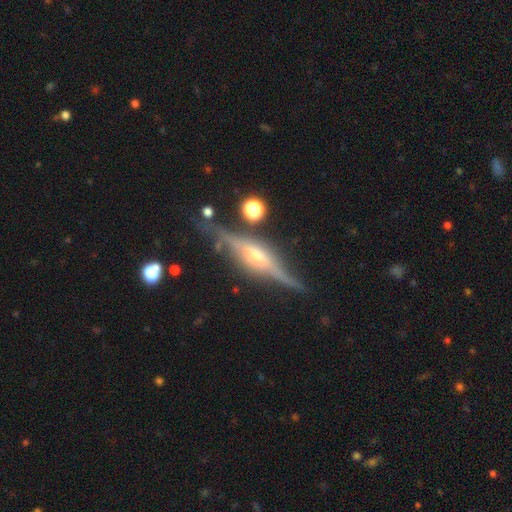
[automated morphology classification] A featured or disk galaxy (83%) viewed edge-on (95%) with a rounded central bulge (78%). Merging: none (79%).